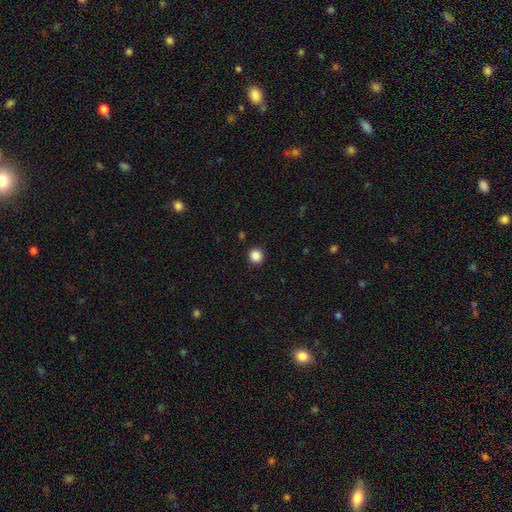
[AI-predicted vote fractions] The model was most divided on "smooth or featured": smooth: 87%, star or artifact: 11%, featured or disk: 3%. More confident: how rounded — round (93%); merging — none (93%).